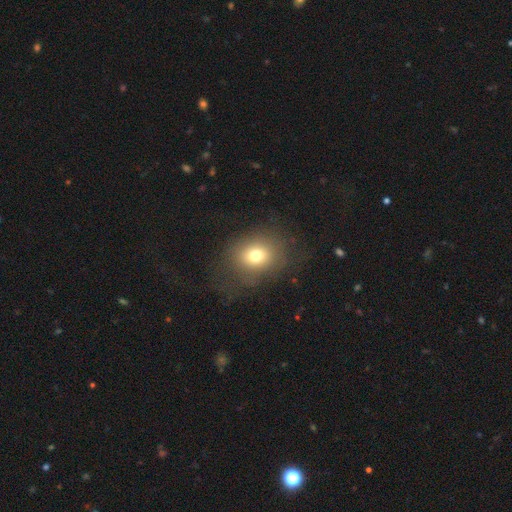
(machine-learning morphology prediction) This appears to be a smooth galaxy with no disk features (72%) that is round (59%). Merging: none (69%).